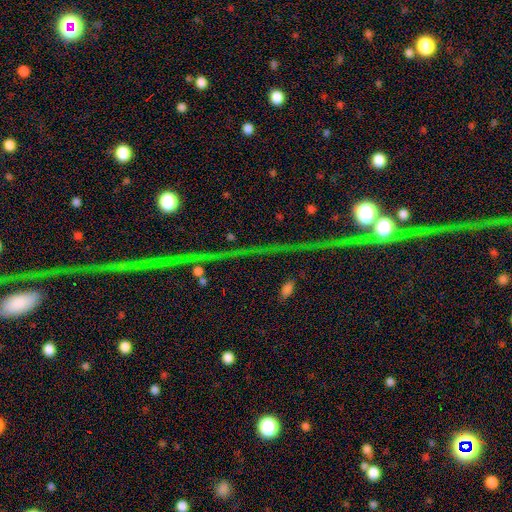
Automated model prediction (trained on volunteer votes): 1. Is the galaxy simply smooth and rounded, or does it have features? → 74% star or artifact, 15% featured or disk, 11% smooth.